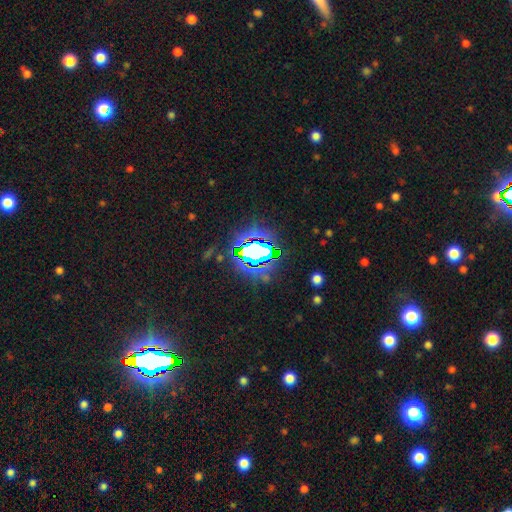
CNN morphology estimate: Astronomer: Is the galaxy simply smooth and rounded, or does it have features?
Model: star or artifact — 72%.